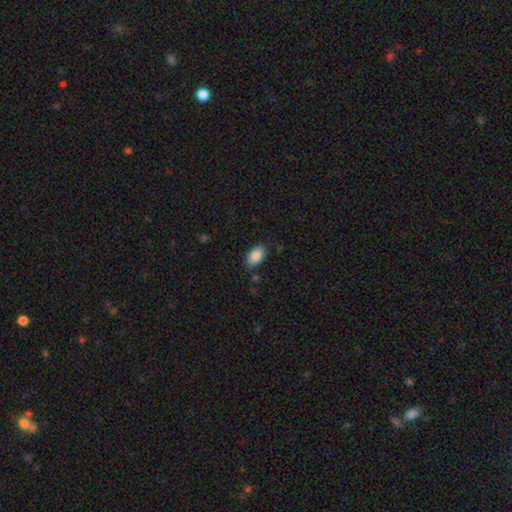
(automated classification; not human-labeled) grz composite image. It shows a smooth galaxy with no disk features (88%) that is in between round and cigar-shaped (92%). Merging: none (83%).